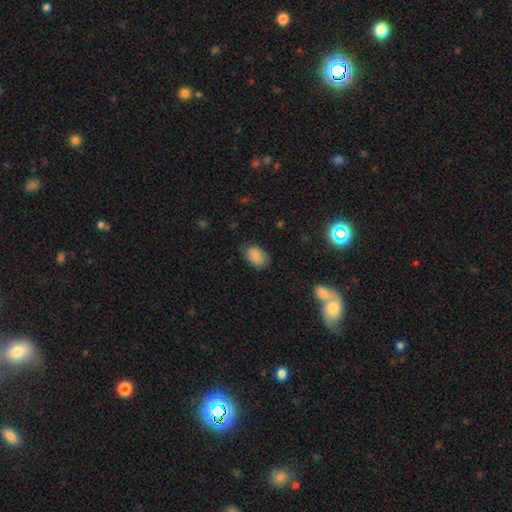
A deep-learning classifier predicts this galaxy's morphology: Smooth or featured? Predicted: smooth (p=0.86). How rounded? Predicted: in between (p=0.88). Merging? Predicted: none (p=0.78).